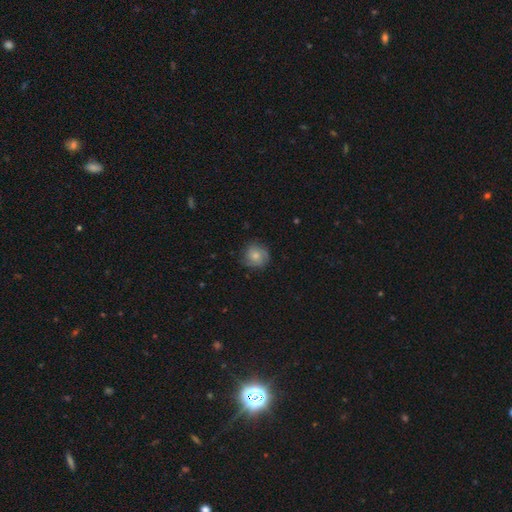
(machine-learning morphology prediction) Smooth or featured?
  - smooth: 69% *
  - featured or disk: 23%
  - star or artifact: 8%
How rounded?
  - round: 88% *
  - in between: 11%
  - cigar-shaped: 1%
Merging?
  - none: 74% *
  - minor disturbance: 20%
  - major disturbance: 5%
  - merger: 1%